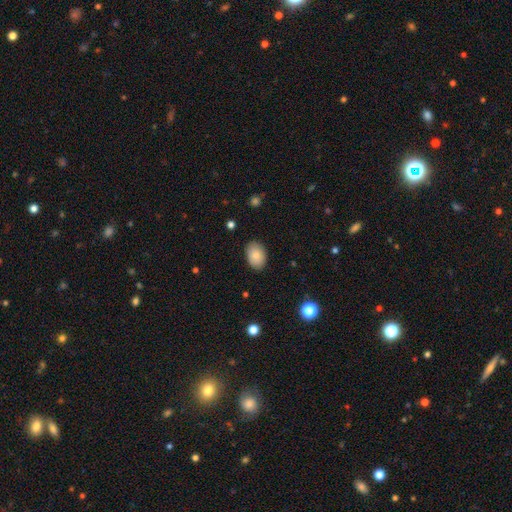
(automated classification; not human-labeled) A smooth galaxy with no disk features (85%) that is in between round and cigar-shaped (86%).

Vote fractions:
- Smooth or featured? smooth: 85% / featured or disk: 8% / star or artifact: 7%
- How rounded? in between: 86% / round: 13% / cigar-shaped: 1%
- Merging? none: 86% / minor disturbance: 10% / major disturbance: 2% / merger: 1%